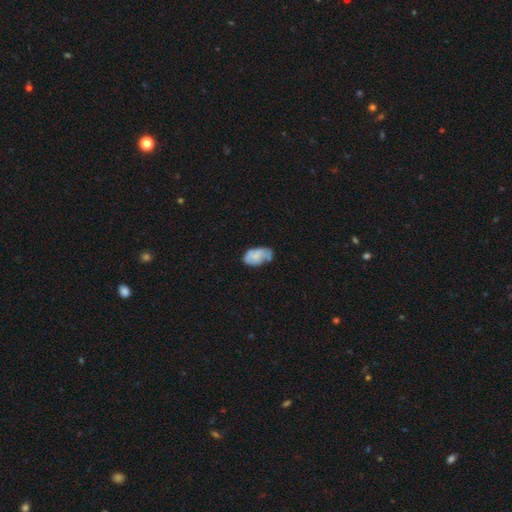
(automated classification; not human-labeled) Smooth or featured?
  - smooth: 57% *
  - featured or disk: 35%
  - star or artifact: 8%
How rounded?
  - in between: 93% *
  - round: 5%
  - cigar-shaped: 2%
Merging?
  - none: 47% *
  - minor disturbance: 35%
  - major disturbance: 13%
  - merger: 5%